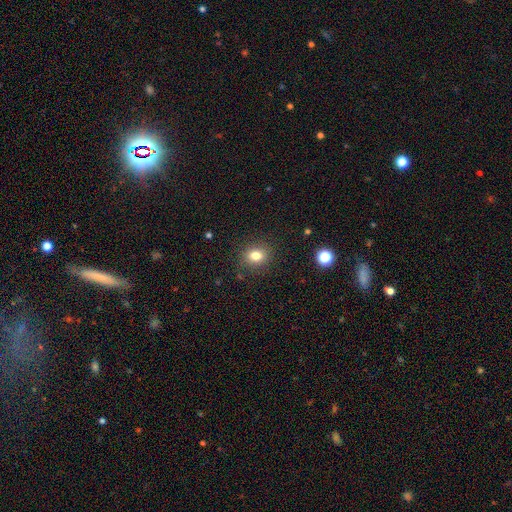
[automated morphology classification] A smooth galaxy with no disk features (79%) that is round (63%).

Vote fractions:
- Smooth or featured? smooth: 79% / star or artifact: 13% / featured or disk: 8%
- How rounded? round: 63% / in between: 36% / cigar-shaped: 1%
- Merging? none: 87% / minor disturbance: 8% / major disturbance: 3% / merger: 1%